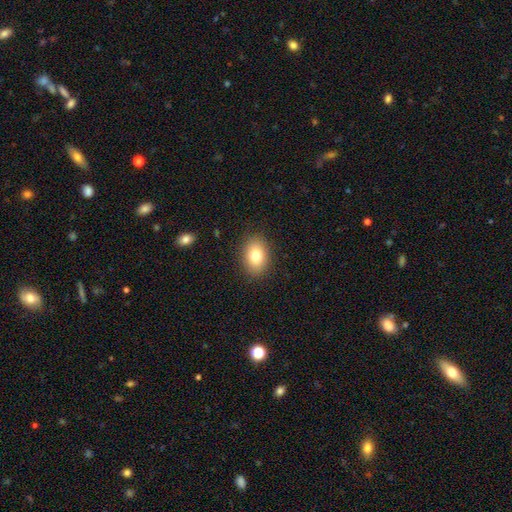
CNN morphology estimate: The model was most divided on "how rounded": in between: 83%, round: 16%, cigar-shaped: 1%. More confident: merging — none (88%); smooth or featured — smooth (81%).